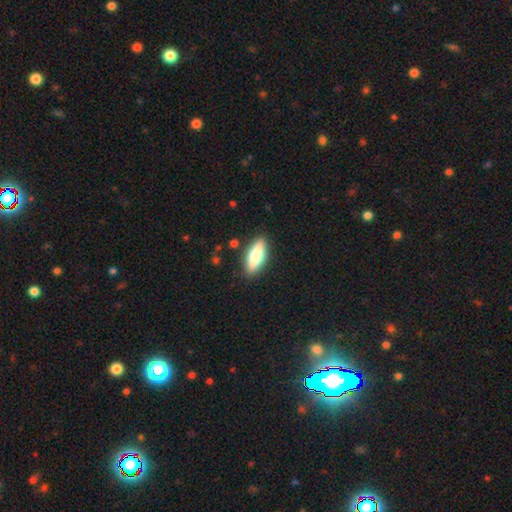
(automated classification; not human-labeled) Smooth or featured? Predicted: smooth (p=0.62). How rounded? Predicted: in between (p=0.54). Merging? Predicted: none (p=0.87).